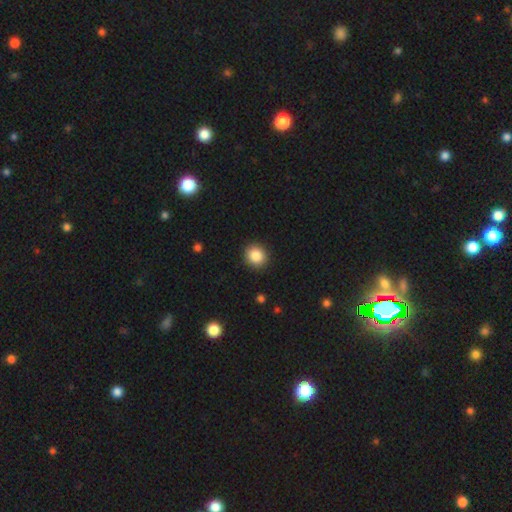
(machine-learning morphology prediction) This appears to be a smooth galaxy with no disk features (87%) that is round (82%). Merging: none (91%).